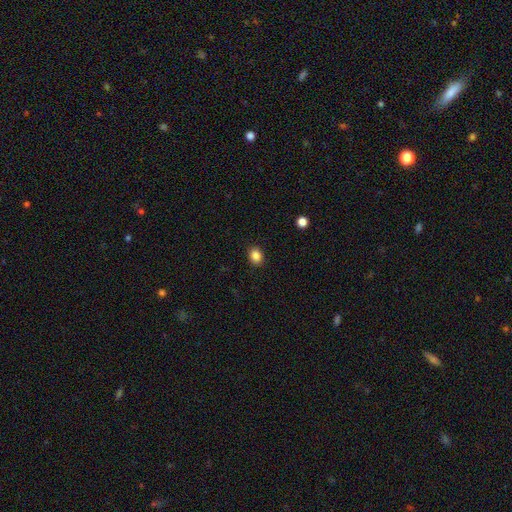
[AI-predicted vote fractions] smooth 85%, star or artifact 11%, featured or disk 4%. Down the decision tree: how rounded — round (52%); merging — none (90%).